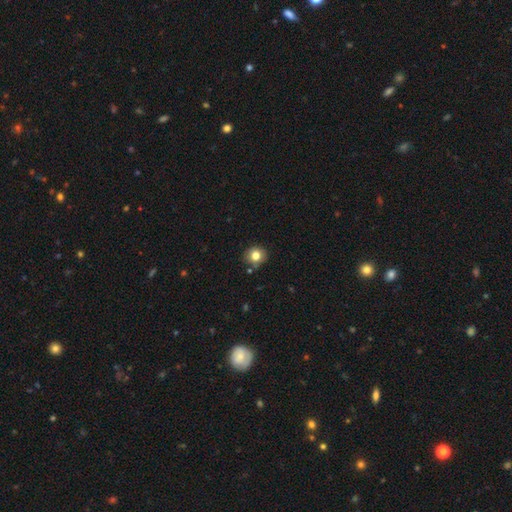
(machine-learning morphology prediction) This is clearly a smooth galaxy (80%). How rounded: clearly round (87%). Merging: clearly none (84%).